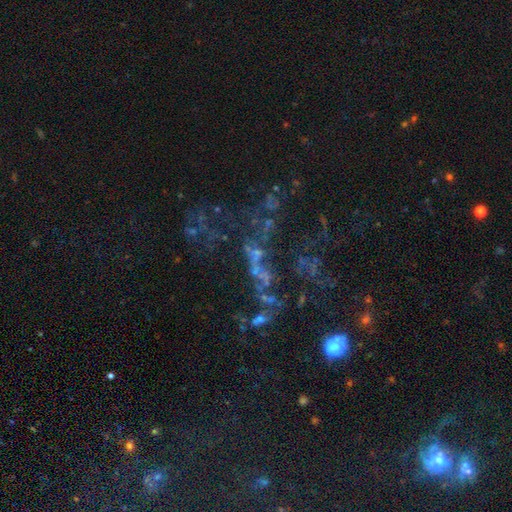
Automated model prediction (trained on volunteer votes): Smooth or featured?
  - star or artifact: 47% *
  - featured or disk: 38%
  - smooth: 15%